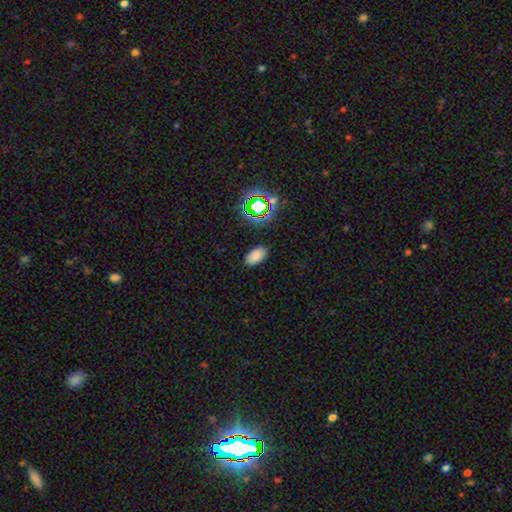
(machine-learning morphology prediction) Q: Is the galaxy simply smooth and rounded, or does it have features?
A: smooth — 77%.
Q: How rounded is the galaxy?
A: in between — 93%.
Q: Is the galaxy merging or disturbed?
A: none — 86%.